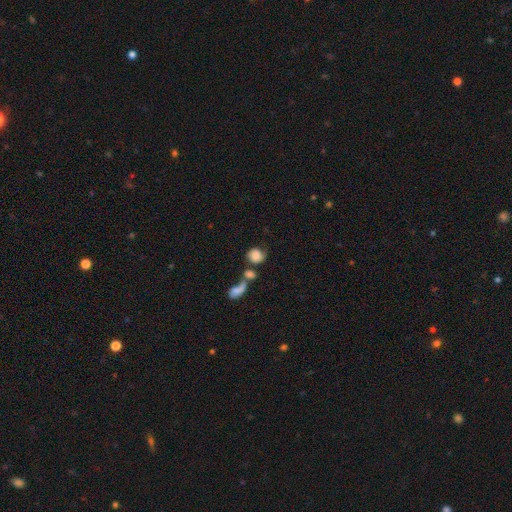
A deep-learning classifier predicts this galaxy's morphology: smooth-or-featured: smooth: 69% | featured or disk: 22% | star or artifact: 10%
  how-rounded: round: 71% | in between: 28% | cigar-shaped: 2%
  merging: merger: 44% | none: 30% | major disturbance: 13% | minor disturbance: 12%